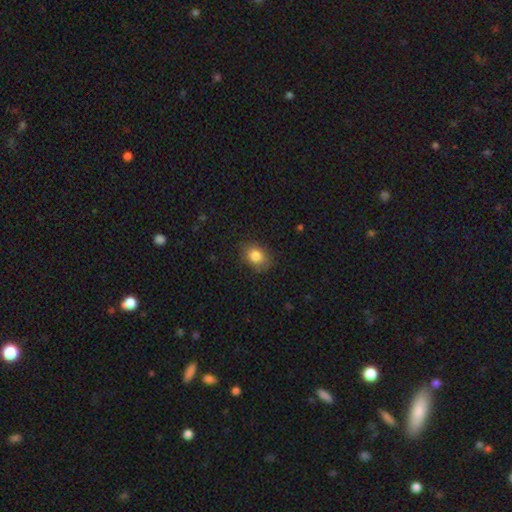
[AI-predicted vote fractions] A smooth galaxy with no disk features (84%) that is in between round and cigar-shaped (58%). Merging: none (80%).